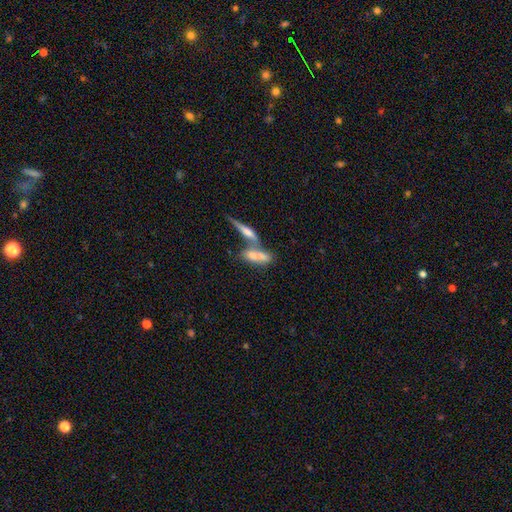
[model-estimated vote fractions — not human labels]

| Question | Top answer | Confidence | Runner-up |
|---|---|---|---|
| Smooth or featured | smooth | 61% | featured or disk (31%) |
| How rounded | in between | 54% | cigar-shaped (43%) |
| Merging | merger | 59% | none (28%) |